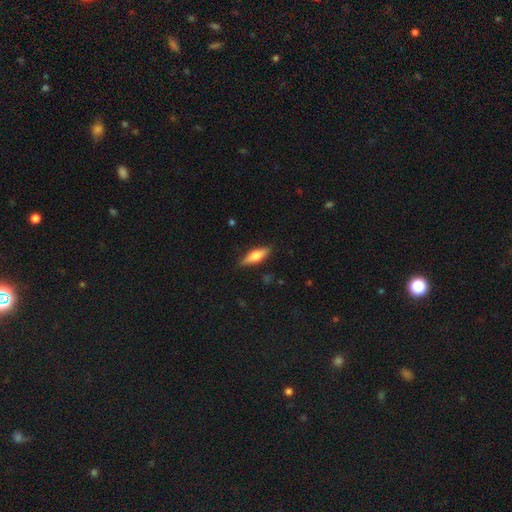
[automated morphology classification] This appears to be a smooth galaxy with no disk features (57%) that is cigar-shaped (49%). Merging: none (86%).